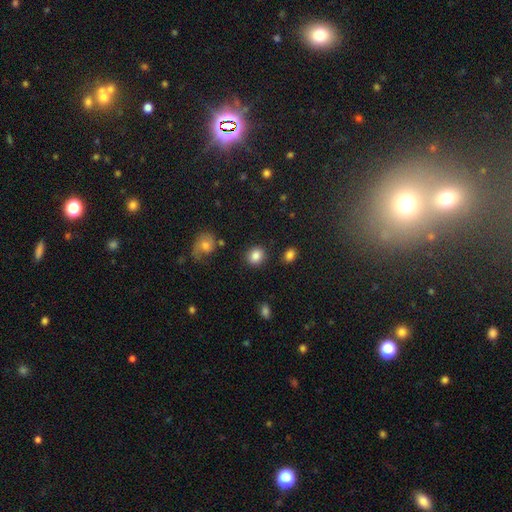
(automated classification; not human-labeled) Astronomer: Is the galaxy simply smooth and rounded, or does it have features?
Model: smooth — 85%.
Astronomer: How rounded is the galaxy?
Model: round — 69%.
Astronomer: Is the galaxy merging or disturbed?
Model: none — 85%.